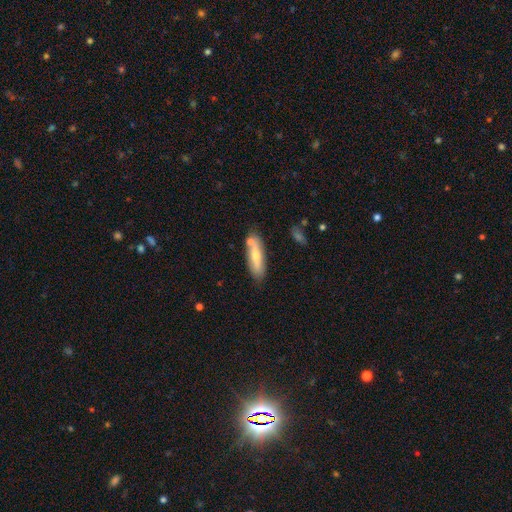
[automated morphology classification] Smooth or featured? Predicted: smooth (p=0.62). How rounded? Predicted: cigar-shaped (p=0.55). Merging? Predicted: none (p=0.71).